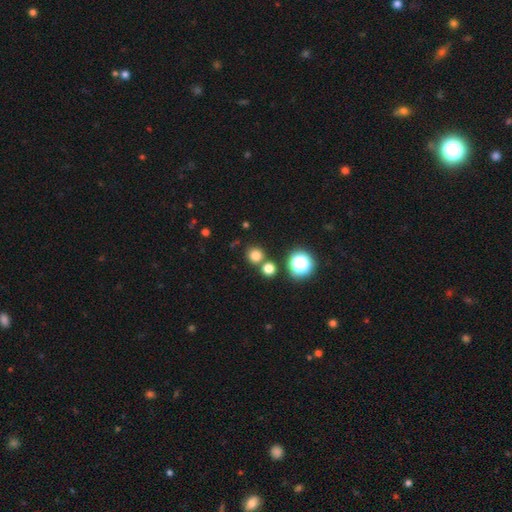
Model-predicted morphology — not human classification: type=smooth (75%); roundness=round (91%); merging=none (76%).